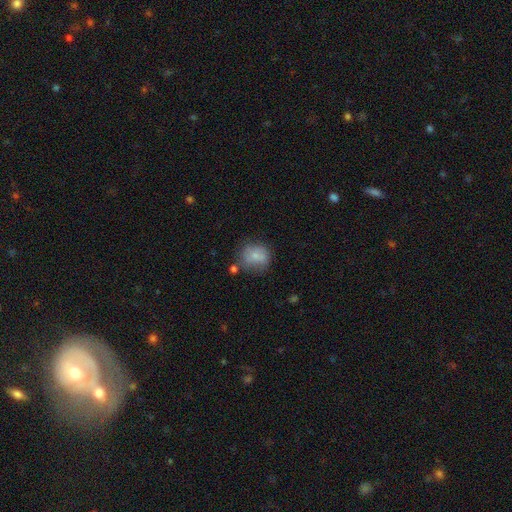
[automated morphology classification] Smooth or featured: smooth — 75% (featured or disk — 17%)
How rounded: round — 74% (in between — 25%)
Merging: none — 57% (minor disturbance — 25%)